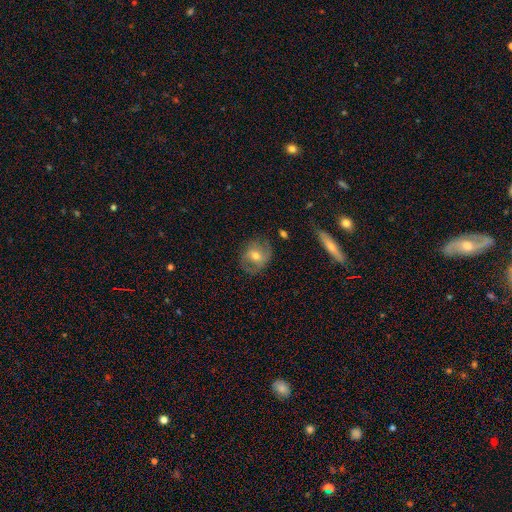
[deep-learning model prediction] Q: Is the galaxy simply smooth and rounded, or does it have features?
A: featured or disk — 56%.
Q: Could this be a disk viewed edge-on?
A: no — 95%.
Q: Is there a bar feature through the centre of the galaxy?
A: weak — 40%.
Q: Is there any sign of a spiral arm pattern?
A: yes — 70%.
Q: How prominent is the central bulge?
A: moderate — 64%.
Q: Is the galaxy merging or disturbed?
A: none — 69%.